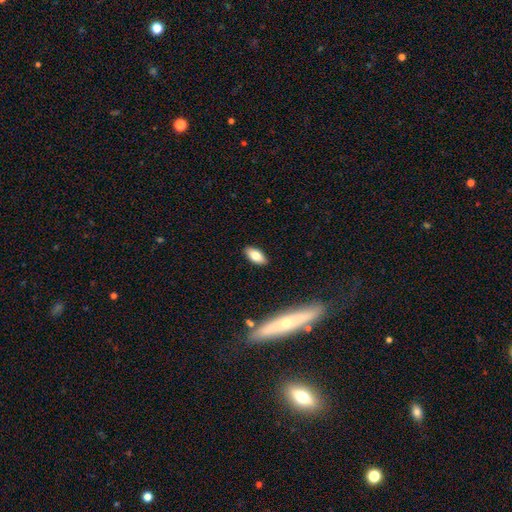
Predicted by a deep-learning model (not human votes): The model was most divided on "smooth or featured": smooth: 78%, featured or disk: 14%, star or artifact: 8%. More confident: how rounded — in between (88%); merging — none (88%).